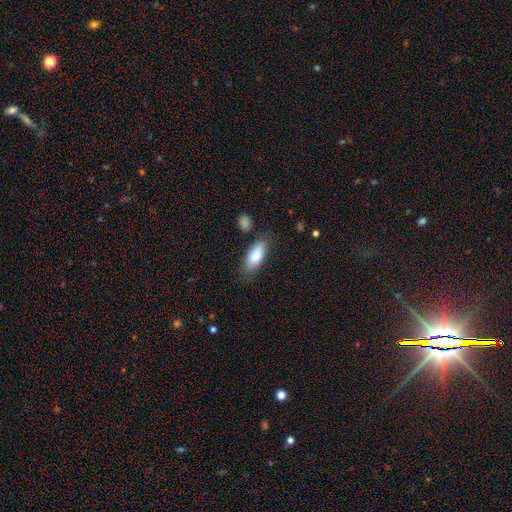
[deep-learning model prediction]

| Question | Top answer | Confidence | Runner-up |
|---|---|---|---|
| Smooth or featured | smooth | 80% | featured or disk (13%) |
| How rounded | in between | 80% | cigar-shaped (18%) |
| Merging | none | 78% | minor disturbance (15%) |